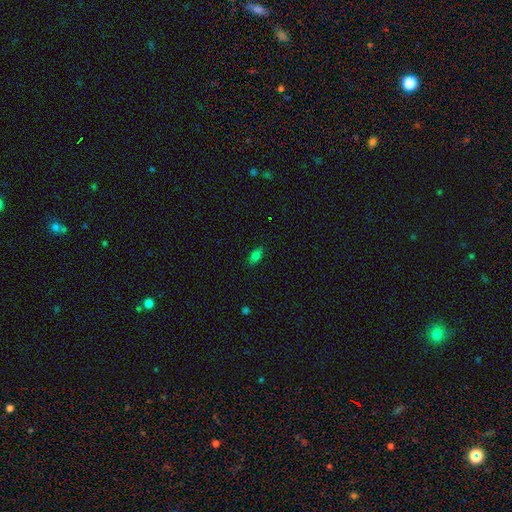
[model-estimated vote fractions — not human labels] Q: Smooth or featured?
A: smooth (76%); runner-up: star or artifact (15%)
Q: How rounded?
A: in between (87%); runner-up: round (8%)
Q: Merging?
A: none (85%); runner-up: minor disturbance (12%)